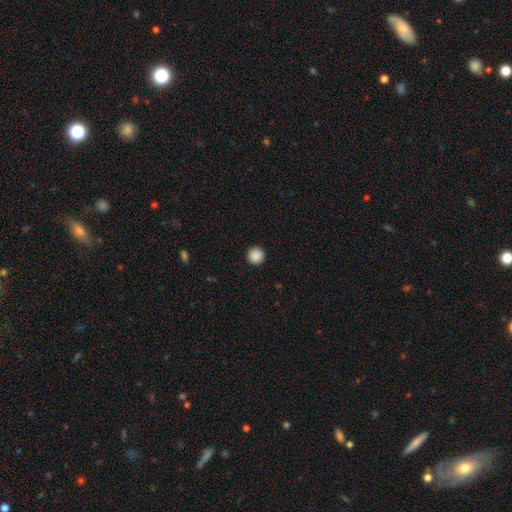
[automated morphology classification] This is clearly a smooth galaxy (89%). How rounded: clearly round (96%). Merging: clearly none (93%).